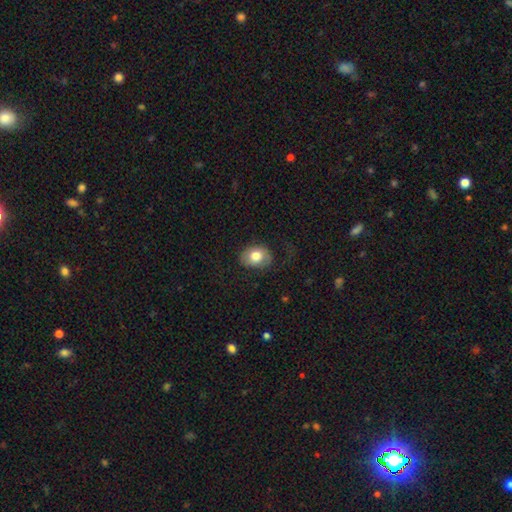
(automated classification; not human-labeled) Smooth or featured? smooth (76%)
How rounded? in between (61%)
Merging? none (64%)